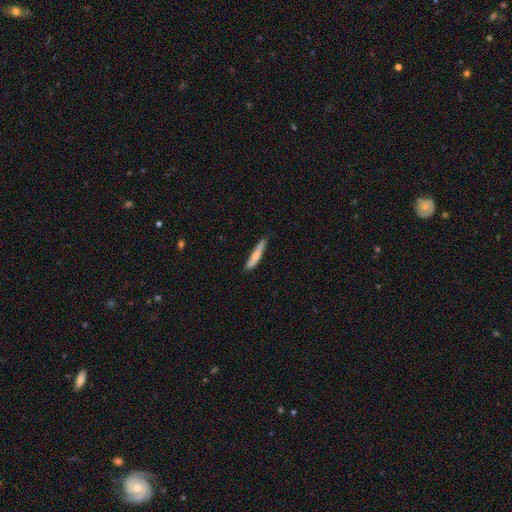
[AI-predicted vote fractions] This appears to be a smooth galaxy with no disk features (72%) that is cigar-shaped (92%). Merging: none (79%).